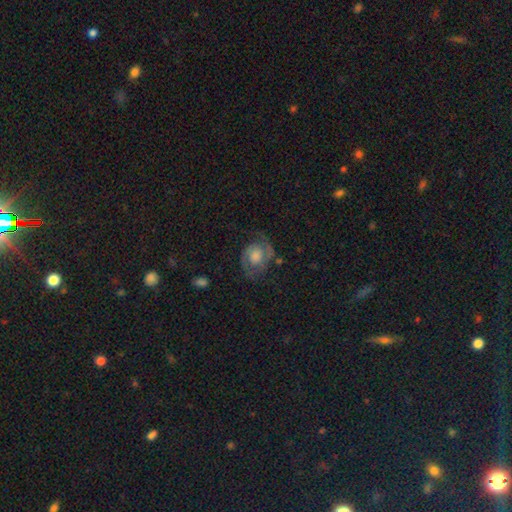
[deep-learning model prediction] smooth_or_featured: featured or disk (p=0.75) [alt: smooth p=0.17]
disk_edge_on: no (p=0.97) [alt: yes p=0.03]
bar: no (p=0.69) [alt: weak p=0.26]
has_spiral_arms: yes (p=0.91) [alt: no p=0.09]
spiral_winding: medium (p=0.48) [alt: tight p=0.35]
spiral_arm_count: 2 (p=0.87) [alt: can't tell p=0.06]
bulge_size: moderate (p=0.39) [alt: large p=0.36]
merging: none (p=0.70) [alt: minor disturbance p=0.18]